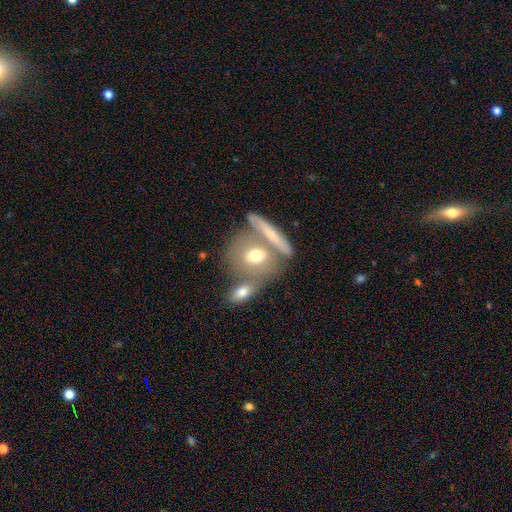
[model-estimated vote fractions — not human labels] Smooth or featured?
  - star or artifact: 51% *
  - smooth: 25%
  - featured or disk: 24%